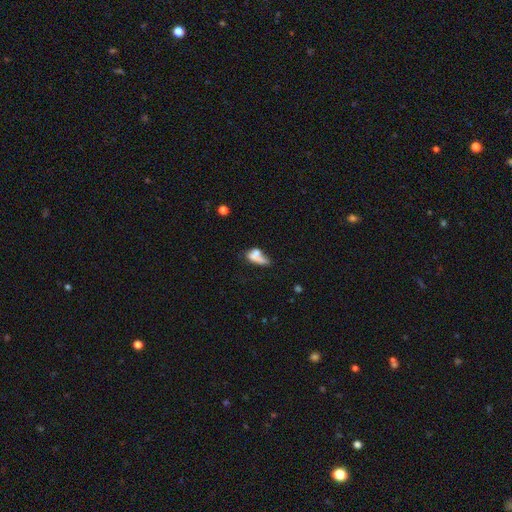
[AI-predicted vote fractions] Morphology: type=smooth (61%); roundness=in between (69%); merging=merger (40%).